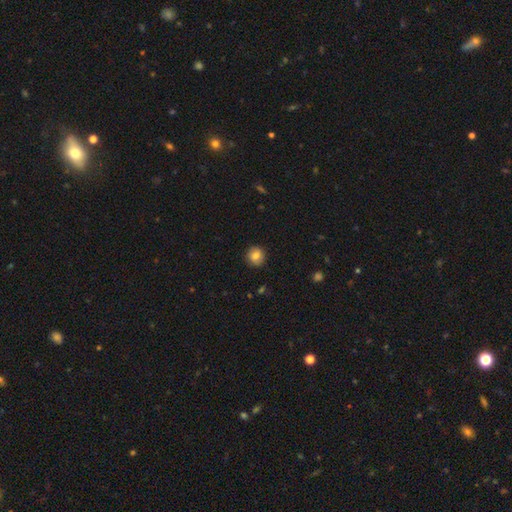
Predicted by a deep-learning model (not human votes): Q: Smooth or featured?
A: smooth (82%); runner-up: star or artifact (9%)
Q: How rounded?
A: round (93%); runner-up: in between (6%)
Q: Merging?
A: none (91%); runner-up: minor disturbance (7%)